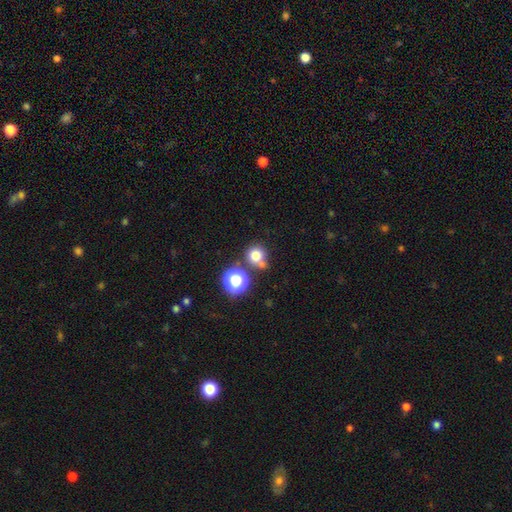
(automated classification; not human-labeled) Smooth or featured: smooth — 75% (star or artifact — 17%)
How rounded: round — 89% (in between — 10%)
Merging: none — 61% (merger — 22%)